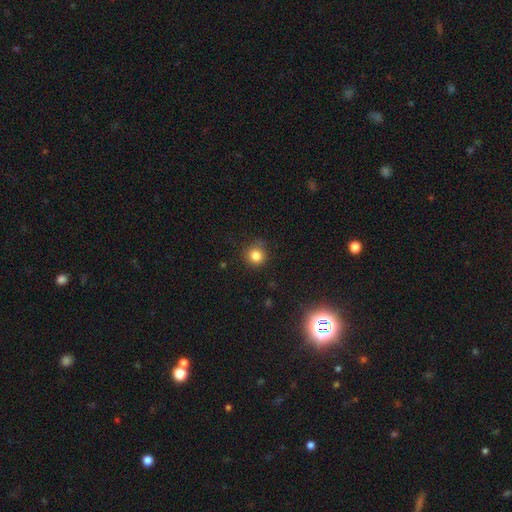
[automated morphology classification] This appears to be a smooth galaxy with no disk features (81%) that is round (91%). Merging: none (81%).